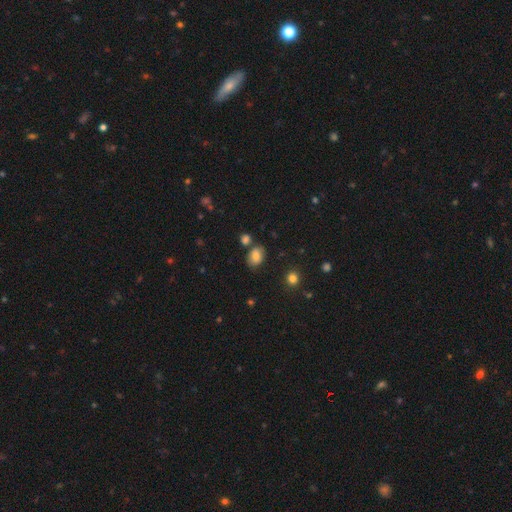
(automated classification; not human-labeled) Smooth or featured?
  - smooth: 79% *
  - featured or disk: 11%
  - star or artifact: 11%
How rounded?
  - in between: 77% *
  - round: 22%
  - cigar-shaped: 1%
Merging?
  - none: 70% *
  - minor disturbance: 15%
  - merger: 11%
  - major disturbance: 4%